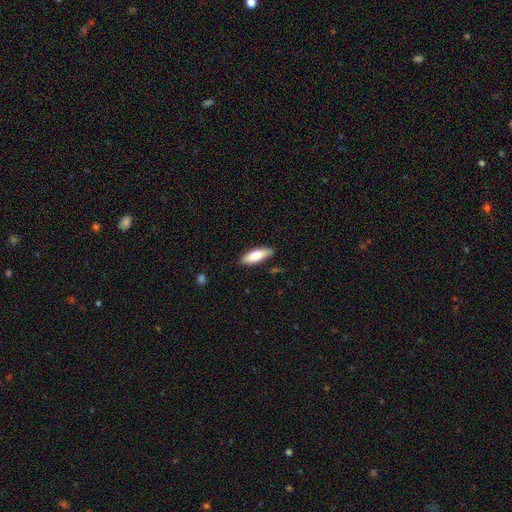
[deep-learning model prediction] The model was most divided on "how rounded": in between: 64%, cigar-shaped: 34%, round: 2%. More confident: merging — none (85%); smooth or featured — smooth (77%).